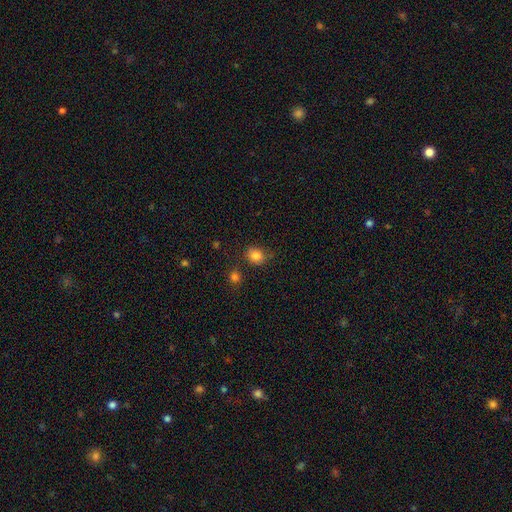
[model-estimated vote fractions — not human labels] smooth_or_featured: smooth (p=0.83) [alt: star or artifact p=0.12]
how_rounded: round (p=0.62) [alt: in between p=0.37]
merging: none (p=0.73) [alt: minor disturbance p=0.16]